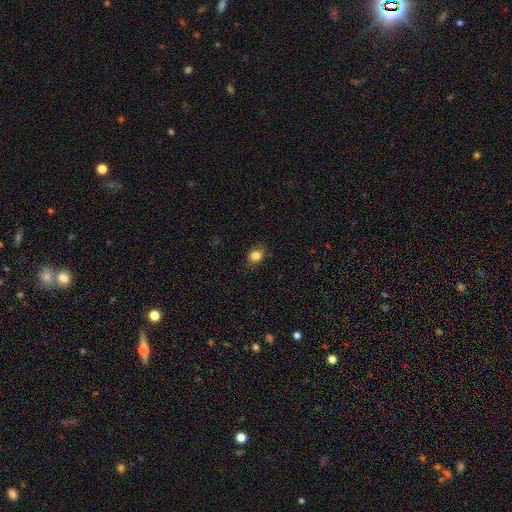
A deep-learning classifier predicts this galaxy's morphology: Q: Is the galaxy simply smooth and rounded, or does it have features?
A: smooth — 83%.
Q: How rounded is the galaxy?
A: round — 57%.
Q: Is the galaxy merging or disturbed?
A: none — 83%.